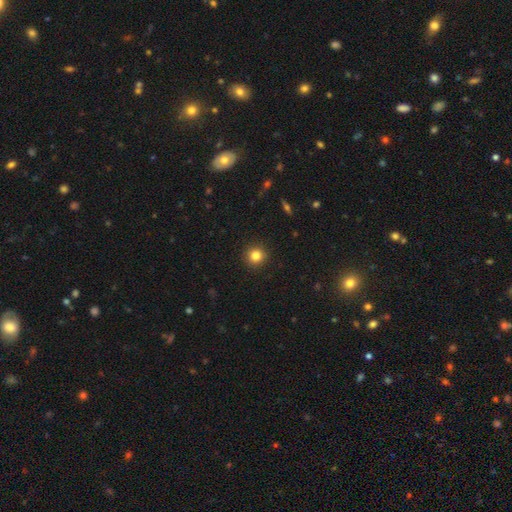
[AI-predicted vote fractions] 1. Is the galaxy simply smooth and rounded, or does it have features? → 83% smooth, 12% star or artifact, 6% featured or disk.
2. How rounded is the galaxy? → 94% round, 5% in between, 1% cigar-shaped.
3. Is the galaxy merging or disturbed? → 92% none, 5% minor disturbance, 2% major disturbance, 1% merger.